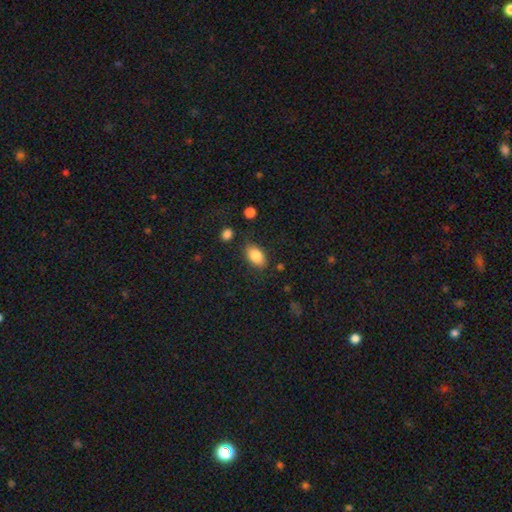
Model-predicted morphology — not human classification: type=smooth (84%); roundness=in between (88%); merging=none (79%).